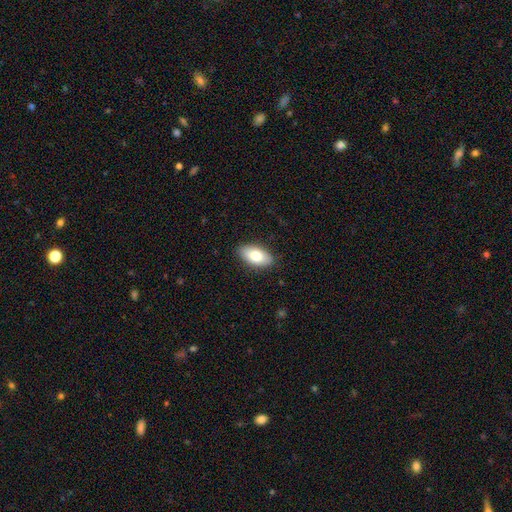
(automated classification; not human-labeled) A smooth galaxy with no disk features (78%) that is in between round and cigar-shaped (93%). Merging: none (88%).